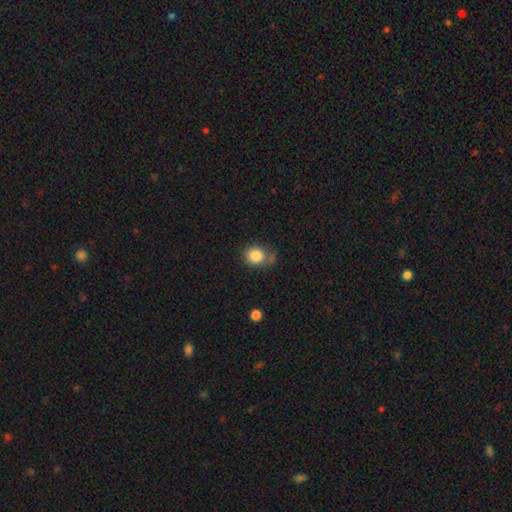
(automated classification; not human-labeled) Smooth or featured: smooth — 85% (star or artifact — 10%)
How rounded: round — 78% (in between — 21%)
Merging: none — 64% (minor disturbance — 21%)